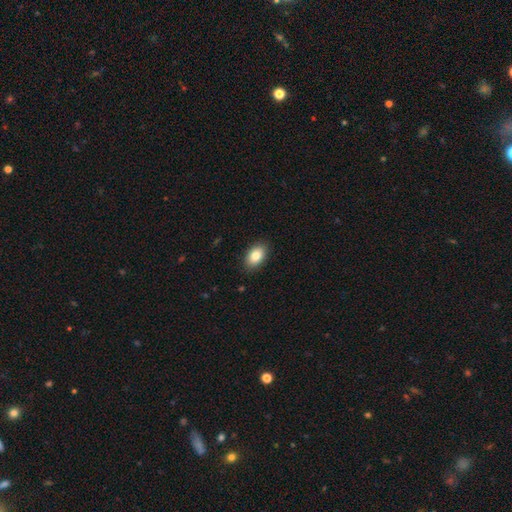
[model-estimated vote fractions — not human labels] Smooth or featured? smooth (84%)
How rounded? in between (89%)
Merging? none (88%)